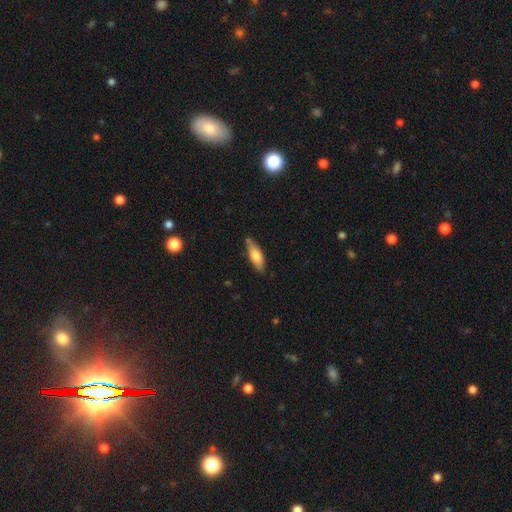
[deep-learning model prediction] The model was most divided on "how rounded": in between: 62%, cigar-shaped: 36%, round: 2%. More confident: smooth or featured — smooth (75%); merging — none (74%).